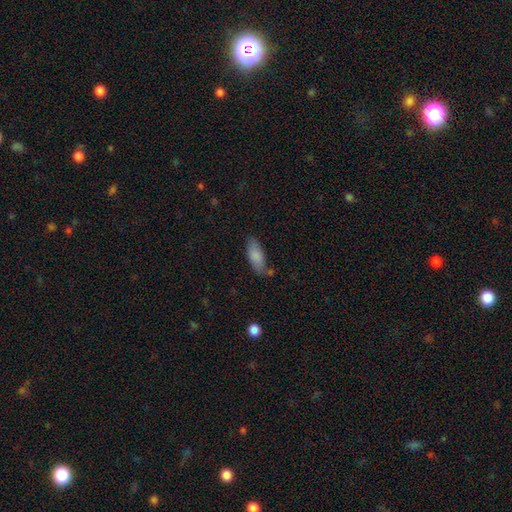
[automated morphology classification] Smooth or featured? smooth (83%)
How rounded? in between (81%)
Merging? none (63%)